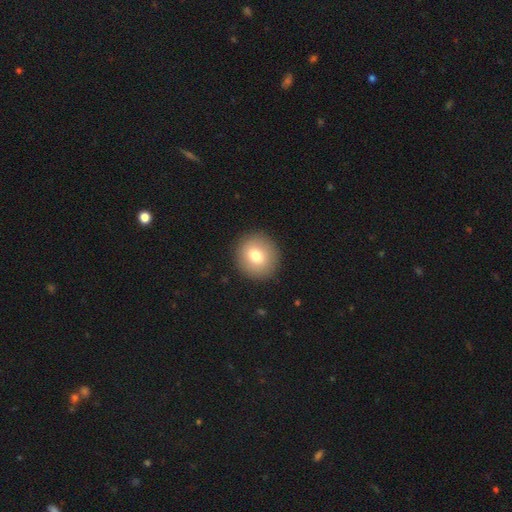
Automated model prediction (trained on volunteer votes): Morphology: type=smooth (76%); roundness=round (86%); merging=none (90%).